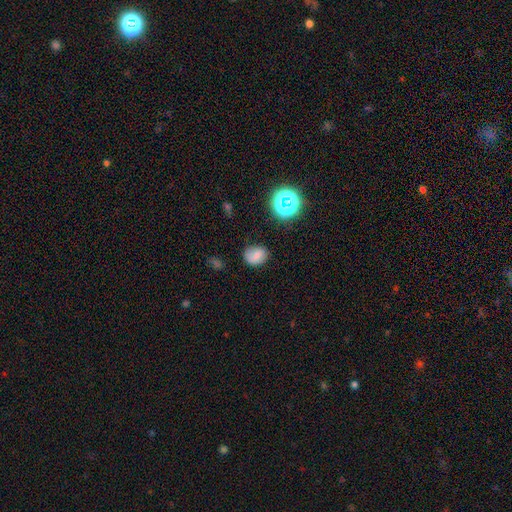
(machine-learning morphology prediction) A smooth galaxy with no disk features (70%) that is round (54%).

Vote fractions:
- Smooth or featured? smooth: 70% / star or artifact: 16% / featured or disk: 14%
- How rounded? round: 54% / in between: 45% / cigar-shaped: 1%
- Merging? none: 75% / minor disturbance: 18% / major disturbance: 5% / merger: 2%